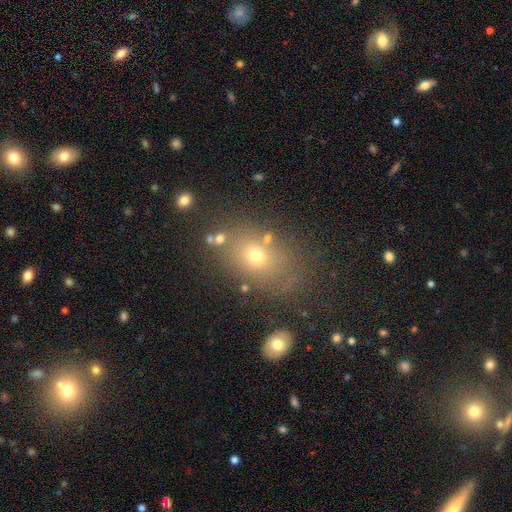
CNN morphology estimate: smooth_or_featured: smooth (p=0.61) [alt: star or artifact p=0.22]
how_rounded: in between (p=0.64) [alt: round p=0.34]
merging: none (p=0.73) [alt: minor disturbance p=0.13]